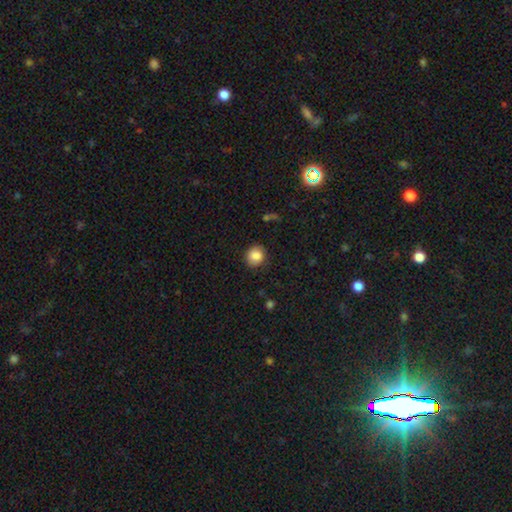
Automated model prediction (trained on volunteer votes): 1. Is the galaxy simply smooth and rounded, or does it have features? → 86% smooth, 9% star or artifact, 5% featured or disk.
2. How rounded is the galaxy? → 81% round, 18% in between, 1% cigar-shaped.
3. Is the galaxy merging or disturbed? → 85% none, 11% minor disturbance, 3% major disturbance, 1% merger.